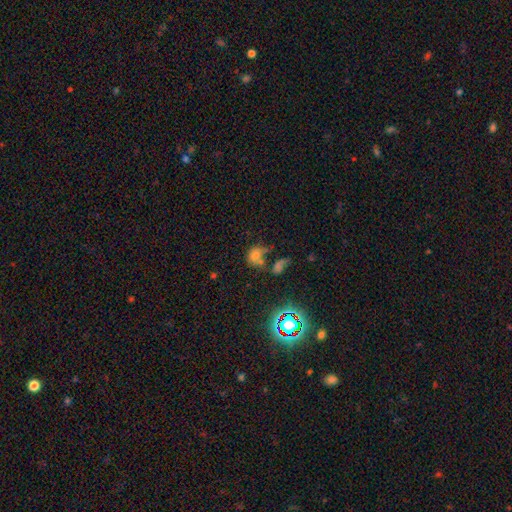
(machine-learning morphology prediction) Q: Smooth or featured?
A: smooth (60%); runner-up: star or artifact (25%)
Q: How rounded?
A: in between (49%); tied with: round (49%)
Q: Merging?
A: merger (43%); runner-up: none (28%)